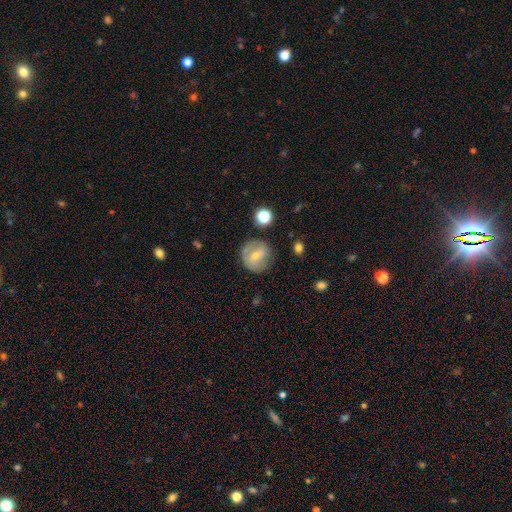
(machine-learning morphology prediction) A featured or disk galaxy (48%).

Vote fractions:
- Smooth or featured? featured or disk: 48% / smooth: 44% / star or artifact: 8%
- Merging? none: 71% / minor disturbance: 19% / major disturbance: 7% / merger: 3%